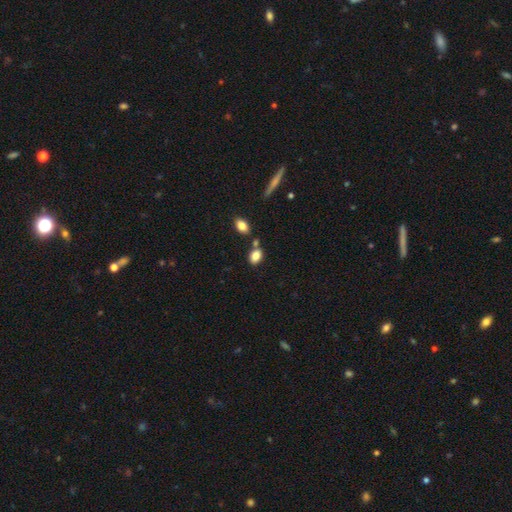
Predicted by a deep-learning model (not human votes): smooth 84%, star or artifact 9%, featured or disk 7%. Down the decision tree: how rounded — in between (82%); merging — none (62%).